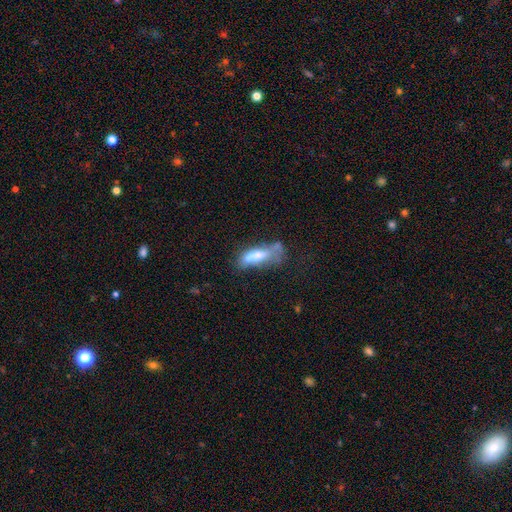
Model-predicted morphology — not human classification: This is possibly a smooth galaxy (57%). How rounded: possibly in between (51%). Merging: marginally none (31%).